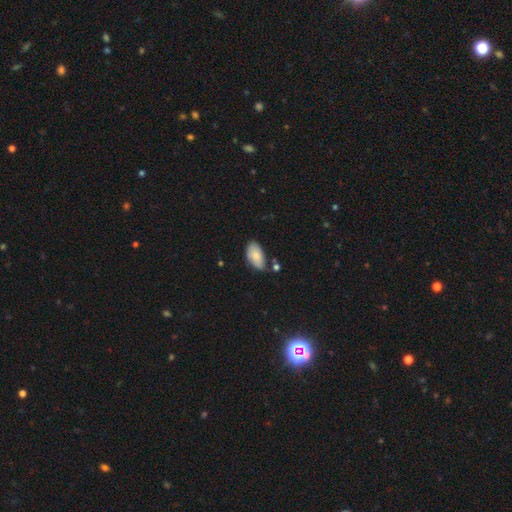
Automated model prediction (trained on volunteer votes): Overall: smooth (81%). How rounded: in between (95%). Merging: none (61%; minor disturbance 26%).